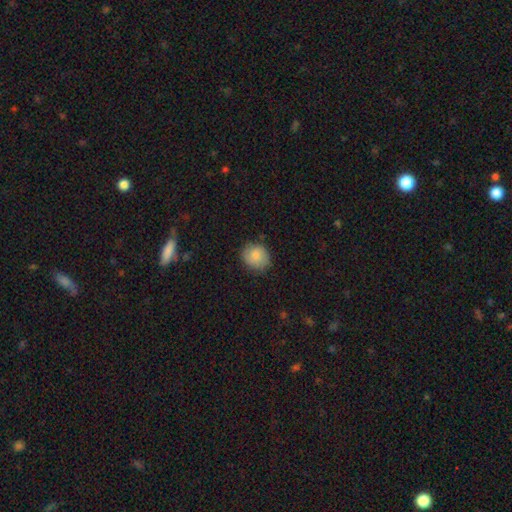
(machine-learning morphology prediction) A smooth galaxy with no disk features (83%) that is round (75%). Merging: none (79%).